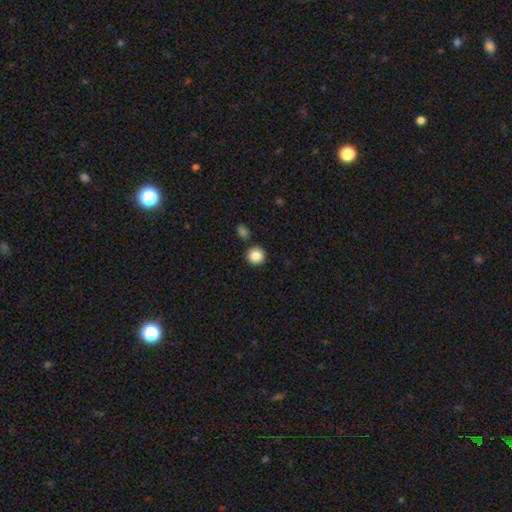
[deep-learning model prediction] smooth-or-featured: smooth: 87% | star or artifact: 9% | featured or disk: 4%
  how-rounded: round: 93% | in between: 6% | cigar-shaped: 1%
  merging: none: 86% | minor disturbance: 7% | merger: 5% | major disturbance: 2%